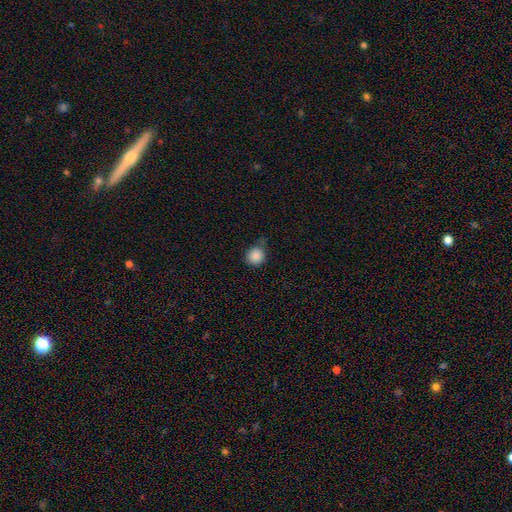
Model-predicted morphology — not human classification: type=smooth (87%); roundness=round (89%); merging=none (68%).